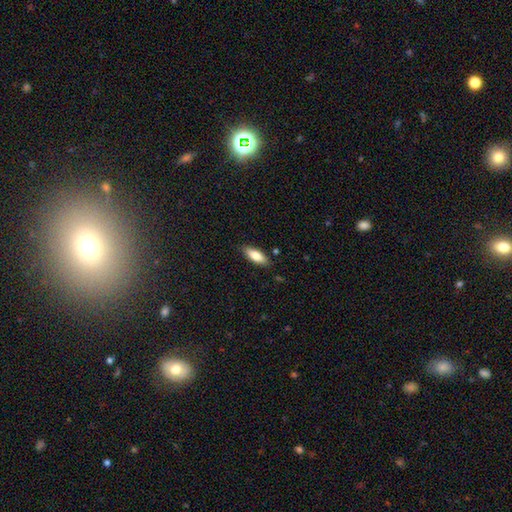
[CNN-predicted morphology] This appears to be a smooth galaxy with no disk features (78%) that is in between round and cigar-shaped (74%). Merging: none (86%).